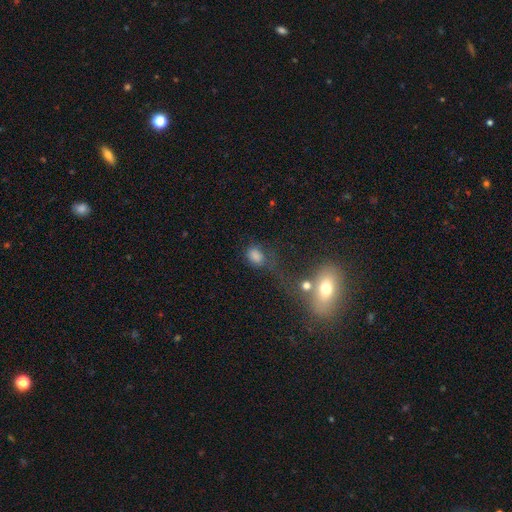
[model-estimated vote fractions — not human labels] Smooth or featured? Predicted: smooth (p=0.71). How rounded? Predicted: in between (p=0.65). Merging? Predicted: none (p=0.39).